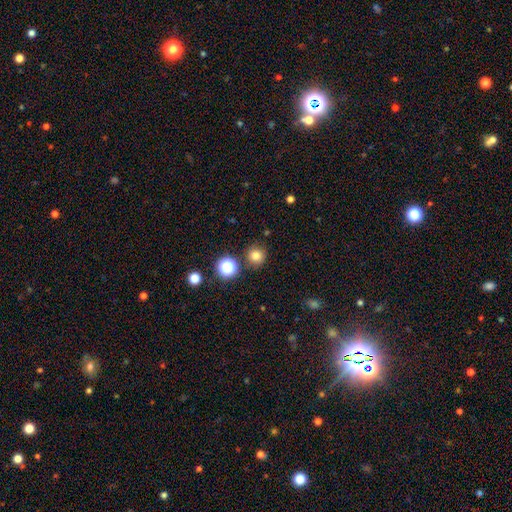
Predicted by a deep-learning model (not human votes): A smooth galaxy with no disk features (78%) that is round (93%). Merging: none (85%).